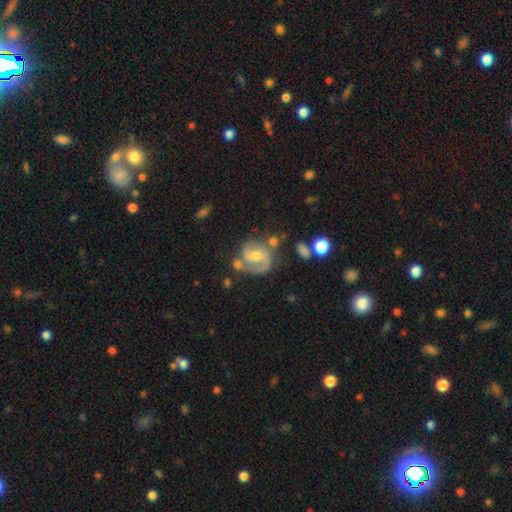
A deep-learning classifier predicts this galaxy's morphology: This is clearly a featured or disk galaxy (82%). It is clearly not viewed edge-on (98%). Bar: possibly weak (52%). Spiral arm pattern: clearly yes (94%). Spiral arm count: likely 2 (76%). Spiral winding: possibly medium (52%). Central bulge: possibly moderate (54%). Merging: possibly none (57%).